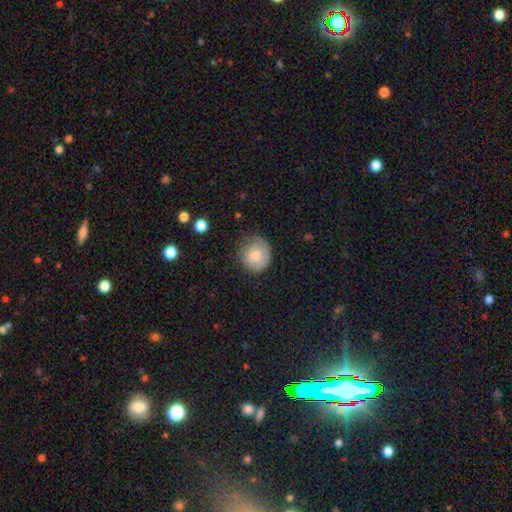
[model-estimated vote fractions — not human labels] This is clearly a smooth galaxy (80%). How rounded: clearly round (87%). Merging: likely none (68%).